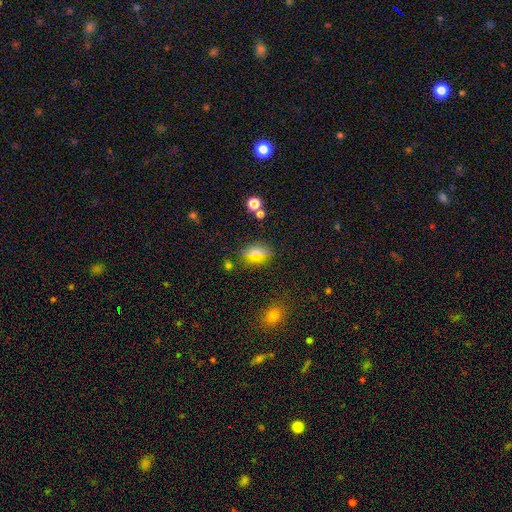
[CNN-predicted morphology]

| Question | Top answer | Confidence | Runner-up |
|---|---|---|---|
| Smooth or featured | smooth | 55% | star or artifact (26%) |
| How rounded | in between | 52% | round (40%) |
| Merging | none | 83% | minor disturbance (10%) |